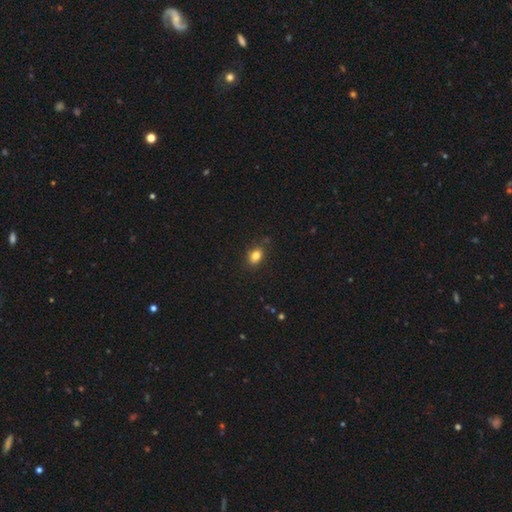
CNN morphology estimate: smooth_or_featured: smooth (p=0.81) [alt: star or artifact p=0.11]
how_rounded: in between (p=0.68) [alt: round p=0.31]
merging: none (p=0.82) [alt: minor disturbance p=0.13]